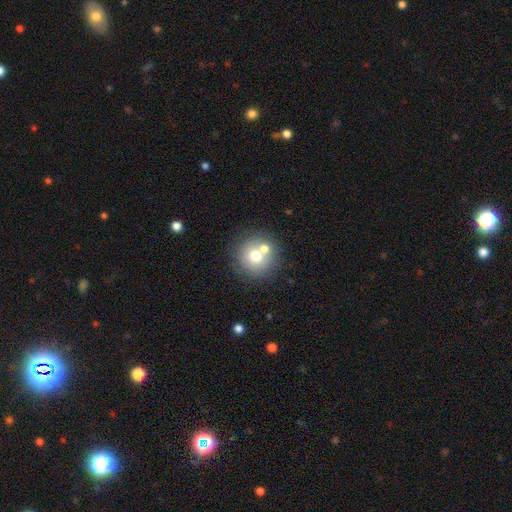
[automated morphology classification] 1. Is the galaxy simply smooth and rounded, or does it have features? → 68% smooth, 20% featured or disk, 12% star or artifact.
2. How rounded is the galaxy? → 92% round, 7% in between, 1% cigar-shaped.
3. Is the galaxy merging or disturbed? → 62% none, 27% merger, 8% minor disturbance, 3% major disturbance.